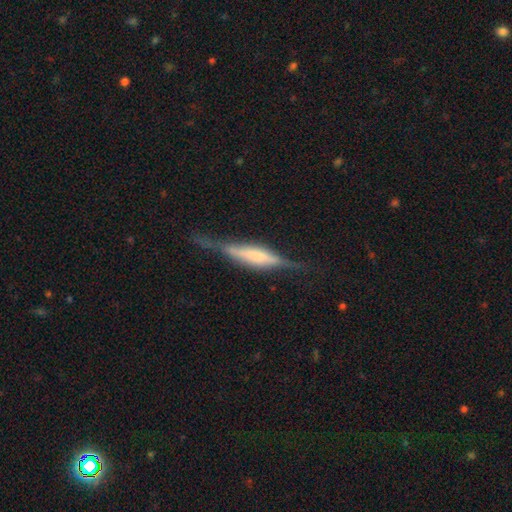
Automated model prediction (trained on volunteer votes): This appears to be a featured or disk galaxy (73%) viewed edge-on (96%) with a boxy central bulge (59%). Merging: none (75%).